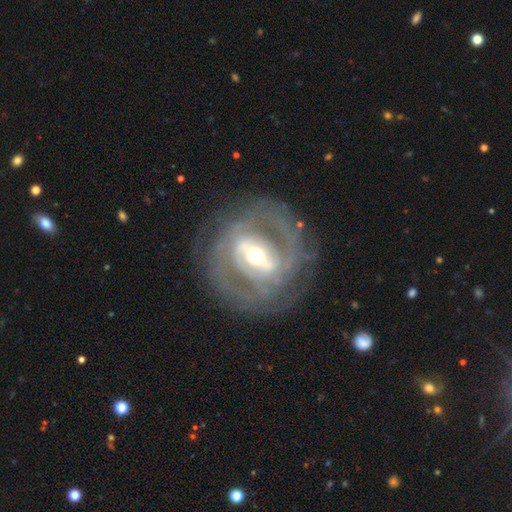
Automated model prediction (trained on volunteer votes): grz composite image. It shows a featured or disk galaxy (86%) with a strong bar (60%), 2 (51%) tight (55%) spiral arms (81%) and a moderate central bulge (56%). Merging: none (75%).